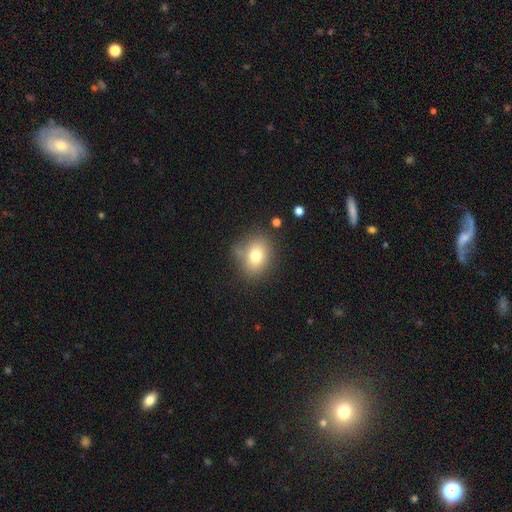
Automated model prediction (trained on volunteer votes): Smooth or featured?
  - smooth: 76% *
  - featured or disk: 13%
  - star or artifact: 11%
How rounded?
  - in between: 54% *
  - round: 44%
  - cigar-shaped: 1%
Merging?
  - none: 68% *
  - minor disturbance: 19%
  - major disturbance: 6%
  - merger: 6%